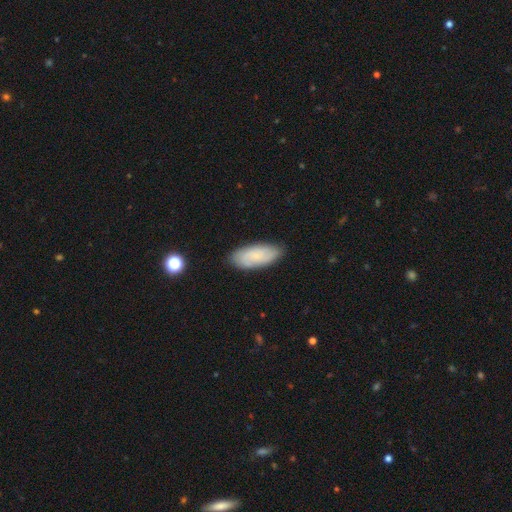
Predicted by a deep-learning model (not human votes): A smooth galaxy with no disk features (63%) that is in between round and cigar-shaped (84%).

Vote fractions:
- Smooth or featured? smooth: 63% / featured or disk: 30% / star or artifact: 7%
- How rounded? in between: 84% / cigar-shaped: 14% / round: 2%
- Merging? none: 83% / minor disturbance: 14% / major disturbance: 3% / merger: 1%